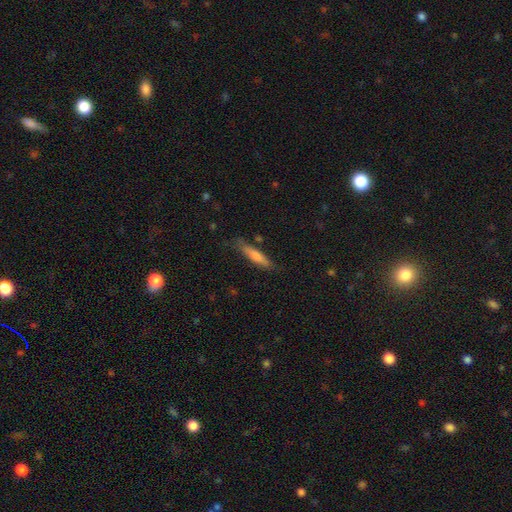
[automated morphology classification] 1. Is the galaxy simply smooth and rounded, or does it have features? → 53% smooth, 38% featured or disk, 10% star or artifact.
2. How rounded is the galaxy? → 88% cigar-shaped, 10% in between, 2% round.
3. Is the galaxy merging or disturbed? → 79% none, 15% minor disturbance, 4% major disturbance, 2% merger.